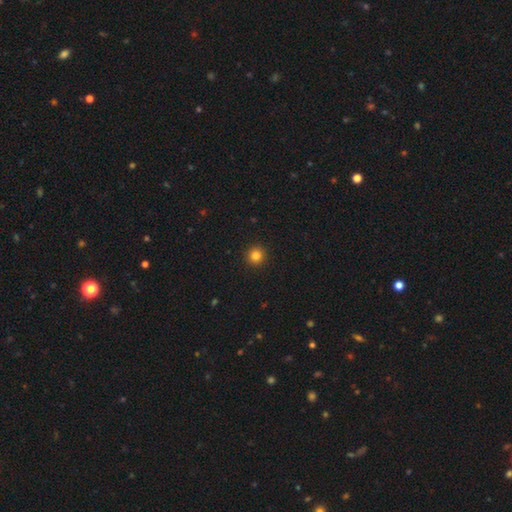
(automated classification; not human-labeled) This is clearly a smooth galaxy (83%). How rounded: clearly round (95%). Merging: clearly none (93%).